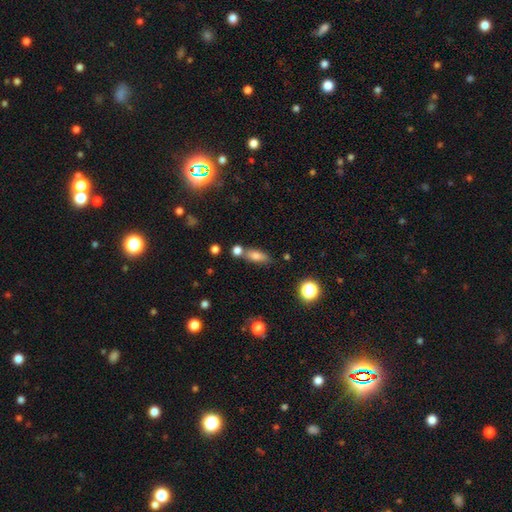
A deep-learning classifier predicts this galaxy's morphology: Smooth or featured: smooth — 72% (featured or disk — 16%)
How rounded: in between — 67% (cigar-shaped — 27%)
Merging: none — 64% (merger — 19%)